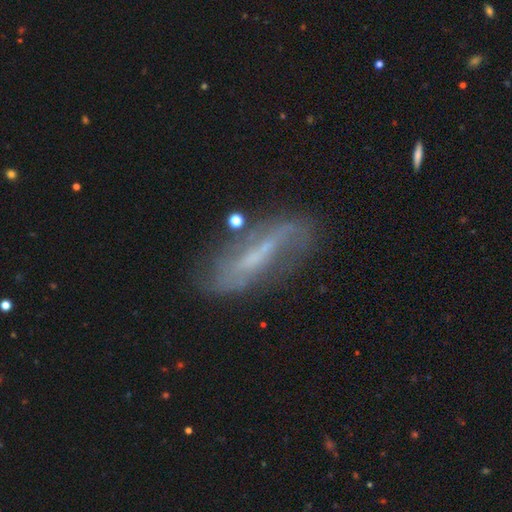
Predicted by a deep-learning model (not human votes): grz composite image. It shows a featured or disk galaxy (67%) with a strong bar (41%), spiral arms (70%) and a small central bulge (46%). Merging: none (65%).